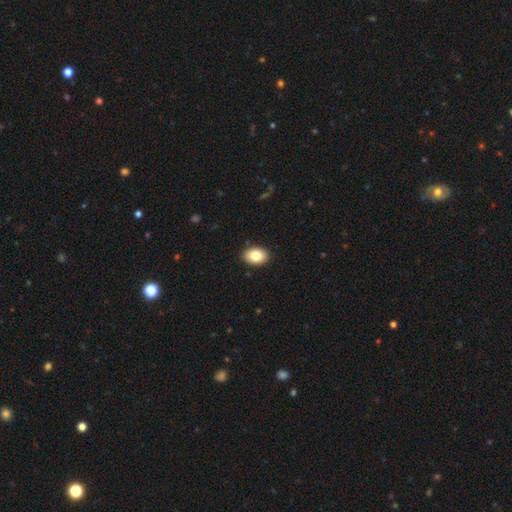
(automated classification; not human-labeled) A smooth galaxy with no disk features (83%) that is in between round and cigar-shaped (85%). Merging: none (90%).